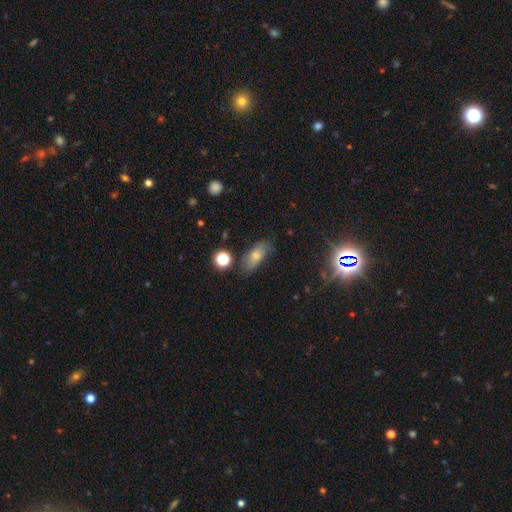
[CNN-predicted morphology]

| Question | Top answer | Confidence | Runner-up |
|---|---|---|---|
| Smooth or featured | smooth | 71% | featured or disk (19%) |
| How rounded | in between | 77% | cigar-shaped (17%) |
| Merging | none | 74% | minor disturbance (18%) |